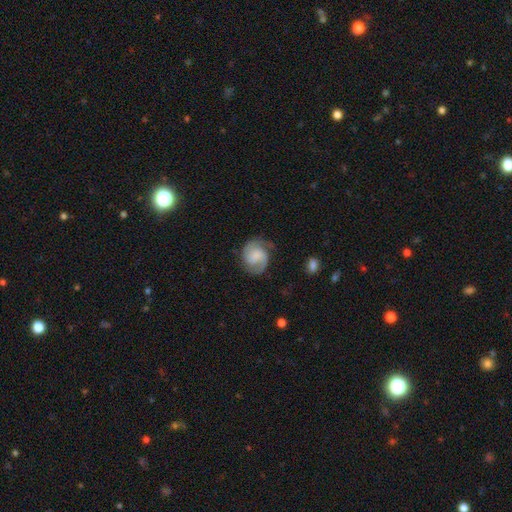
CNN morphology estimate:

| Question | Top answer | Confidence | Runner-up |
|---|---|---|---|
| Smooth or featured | featured or disk | 73% | smooth (21%) |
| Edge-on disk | no | 98% | yes (2%) |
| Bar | no | 50% | weak (42%) |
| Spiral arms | yes | 95% | no (5%) |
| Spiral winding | medium | 48% | tight (31%) |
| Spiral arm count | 2 | 82% | 1 (9%) |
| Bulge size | none | 39% | small (26%) |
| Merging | none | 68% | minor disturbance (20%) |